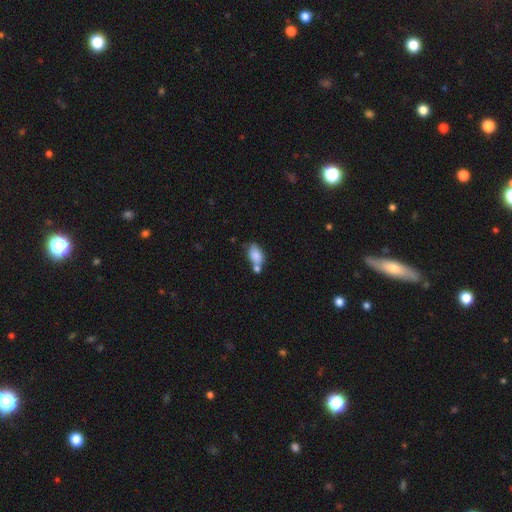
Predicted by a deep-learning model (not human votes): smooth-or-featured: smooth: 84% | featured or disk: 9% | star or artifact: 8%
  how-rounded: in between: 87% | round: 11% | cigar-shaped: 2%
  merging: none: 39% (tied) | merger: 39% (tied) | minor disturbance: 16% | major disturbance: 6%